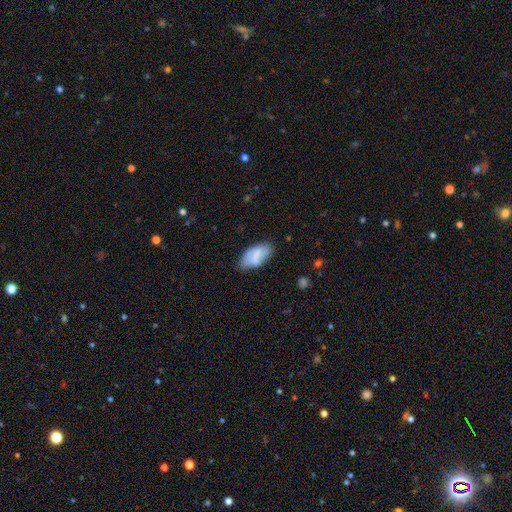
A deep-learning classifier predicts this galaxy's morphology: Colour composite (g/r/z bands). It shows a smooth galaxy with no disk features (73%) that is in between round and cigar-shaped (94%). Merging: none (67%).